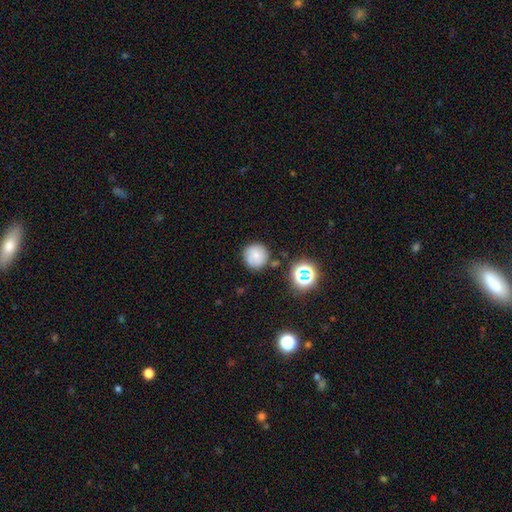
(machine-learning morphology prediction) smooth 71%, featured or disk 15%, star or artifact 14%. Down the decision tree: how rounded — round (94%); merging — none (78%).